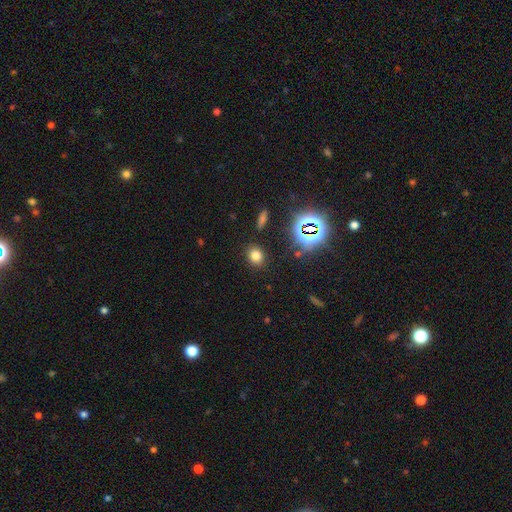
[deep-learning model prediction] Smooth or featured?
  - smooth: 73% *
  - star or artifact: 21%
  - featured or disk: 7%
How rounded?
  - round: 58% *
  - in between: 41%
  - cigar-shaped: 1%
Merging?
  - none: 87% *
  - minor disturbance: 8%
  - major disturbance: 3%
  - merger: 2%